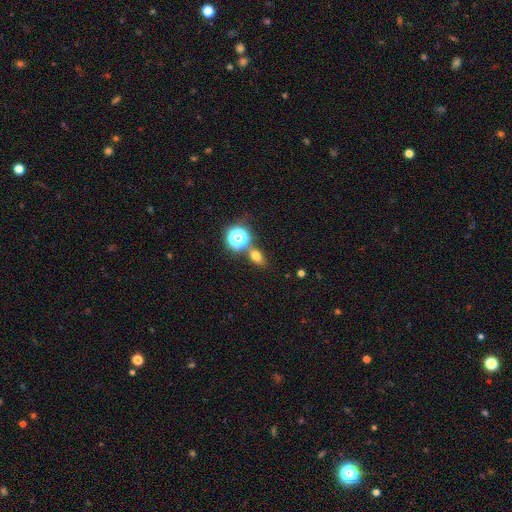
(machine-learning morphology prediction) smooth-or-featured: smooth: 67% | star or artifact: 23% | featured or disk: 9%
  how-rounded: in between: 67% | round: 30% | cigar-shaped: 3%
  merging: none: 74% | merger: 12% | minor disturbance: 11% | major disturbance: 4%